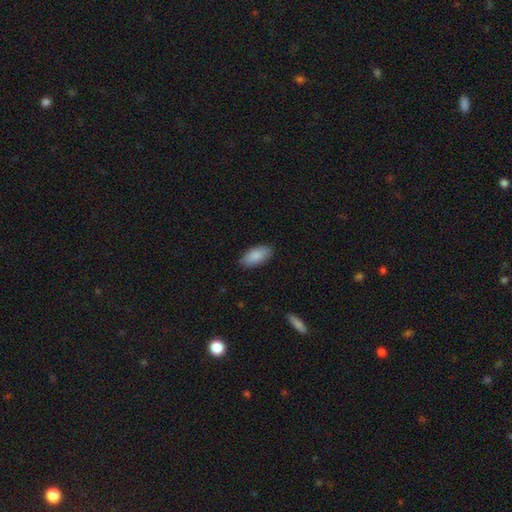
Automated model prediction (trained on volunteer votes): Q: Smooth or featured?
A: smooth (89%); runner-up: star or artifact (6%)
Q: How rounded?
A: in between (93%); runner-up: cigar-shaped (6%)
Q: Merging?
A: none (88%); runner-up: minor disturbance (9%)